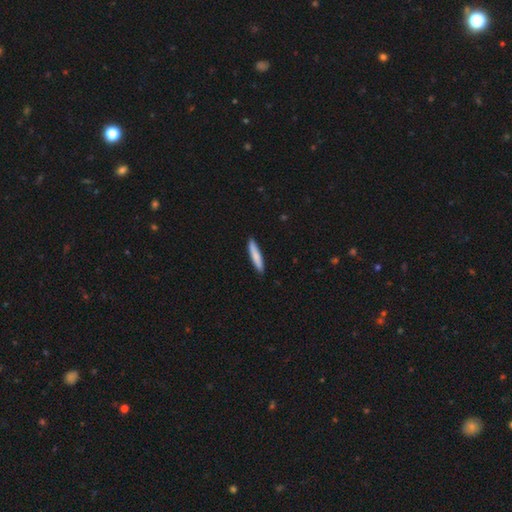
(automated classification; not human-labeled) Morphology: type=smooth (83%); roundness=cigar-shaped (90%); merging=none (91%).